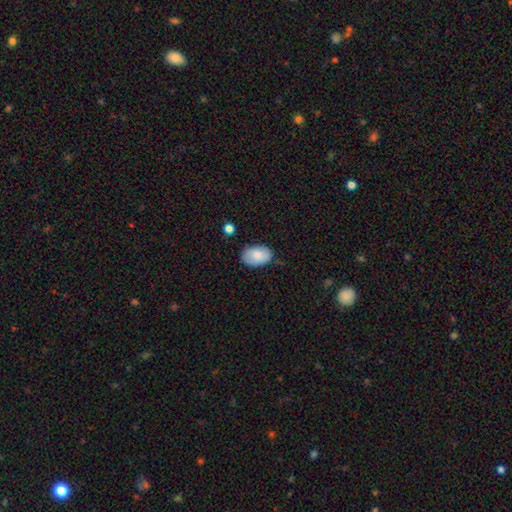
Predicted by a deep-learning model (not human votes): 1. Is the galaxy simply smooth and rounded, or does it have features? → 84% smooth, 9% featured or disk, 6% star or artifact.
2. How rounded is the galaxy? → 91% in between, 8% round, 1% cigar-shaped.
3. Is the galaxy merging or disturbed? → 73% none, 21% minor disturbance, 4% major disturbance, 2% merger.